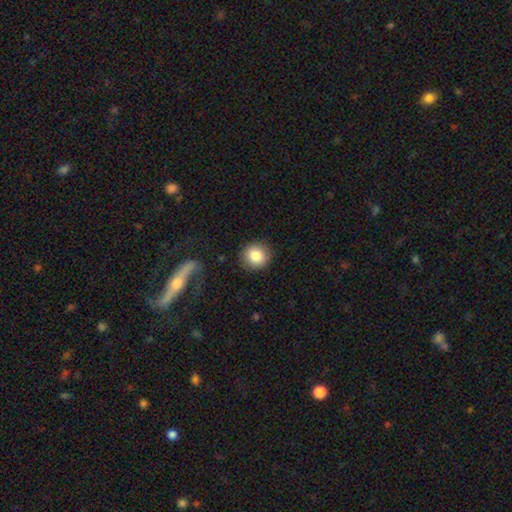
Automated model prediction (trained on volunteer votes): smooth 84%, star or artifact 9%, featured or disk 7%. Down the decision tree: how rounded — round (90%); merging — none (88%).